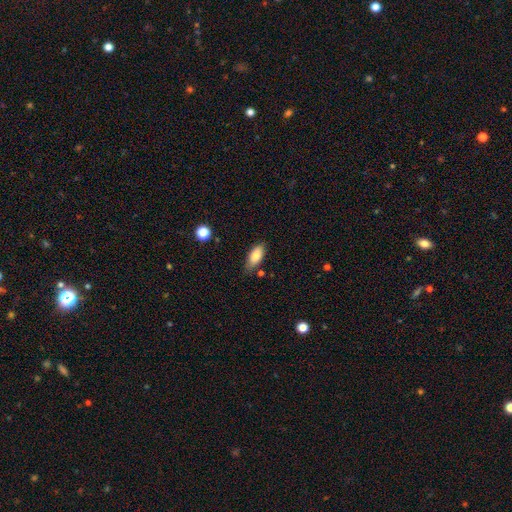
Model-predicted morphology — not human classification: type=smooth (81%); roundness=in between (84%); merging=none (75%).